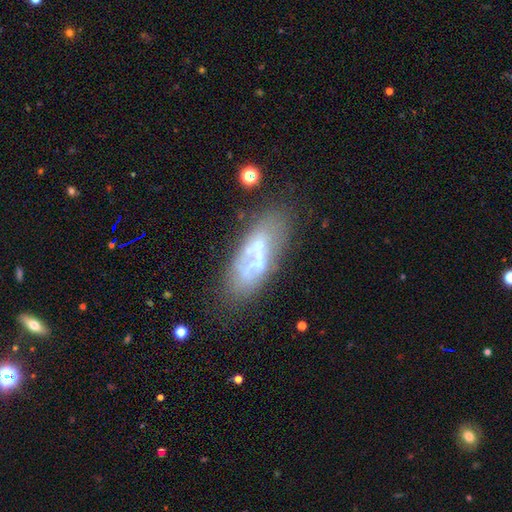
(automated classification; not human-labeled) Smooth or featured? featured or disk (56%)
Edge-on disk? no (80%)
Merging? none (57%)